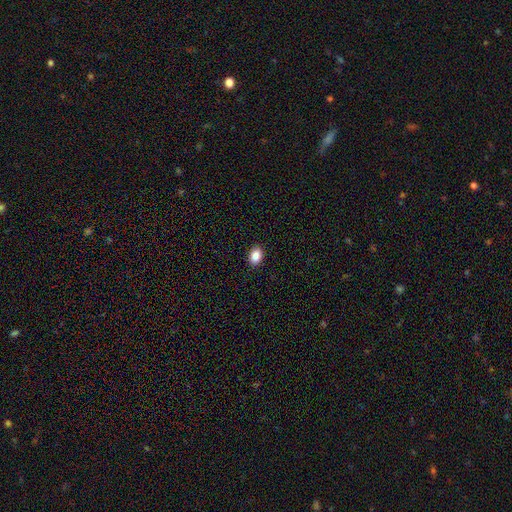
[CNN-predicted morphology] type=smooth (86%); roundness=in between (73%); merging=none (91%).